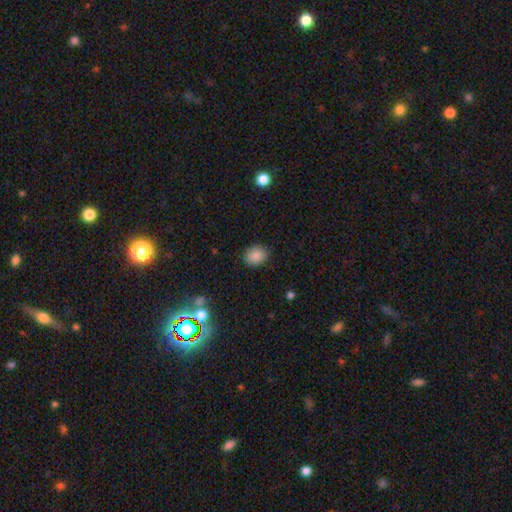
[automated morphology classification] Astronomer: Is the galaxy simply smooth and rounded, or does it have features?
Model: smooth — 87%.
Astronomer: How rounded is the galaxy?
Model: round — 61% (runner-up: in between, 38%).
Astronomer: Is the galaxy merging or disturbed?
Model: none — 88%.